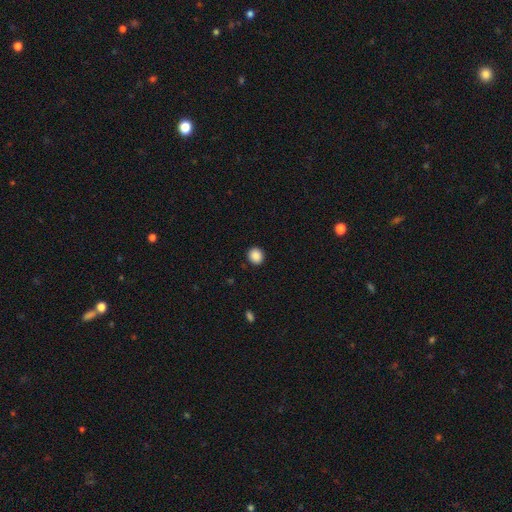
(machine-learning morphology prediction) Q: Smooth or featured?
A: smooth (88%); runner-up: star or artifact (9%)
Q: How rounded?
A: round (81%); runner-up: in between (19%)
Q: Merging?
A: none (91%); runner-up: minor disturbance (6%)